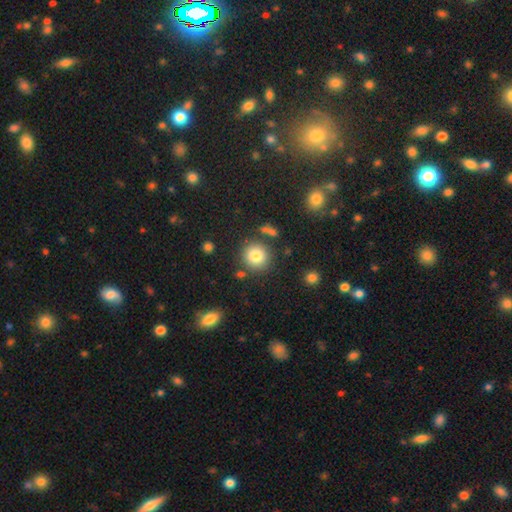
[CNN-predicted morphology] type=smooth (81%); roundness=round (90%); merging=none (82%).